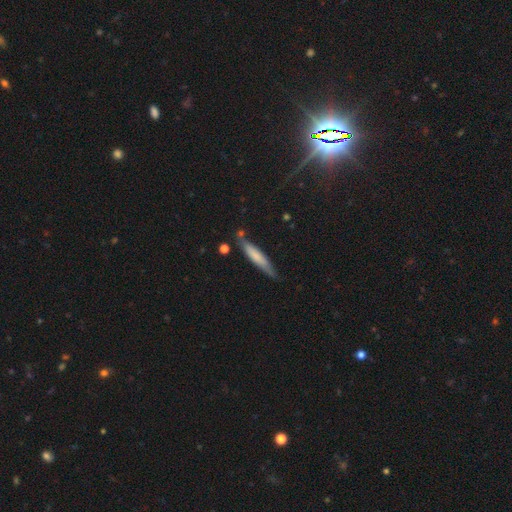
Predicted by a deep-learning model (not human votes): A smooth galaxy with no disk features (66%) that is cigar-shaped (89%). Merging: none (74%).